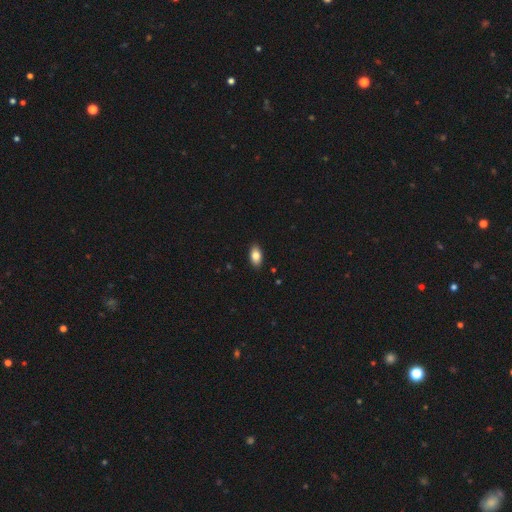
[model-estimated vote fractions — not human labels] smooth_or_featured: smooth (p=0.83) [alt: featured or disk p=0.09]
how_rounded: in between (p=0.92) [alt: round p=0.05]
merging: none (p=0.89) [alt: minor disturbance p=0.08]